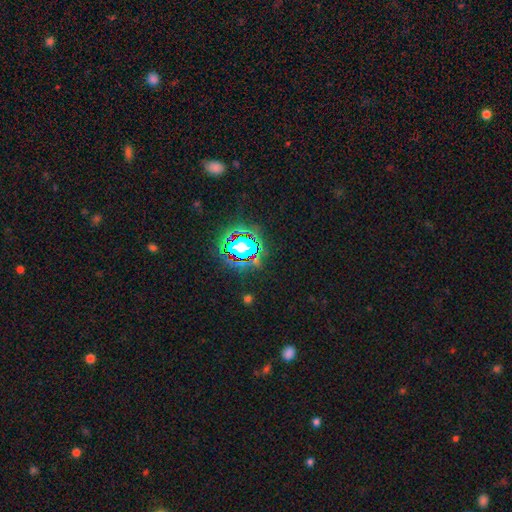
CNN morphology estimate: This is likely a star or artifact rather than a galaxy (77%).